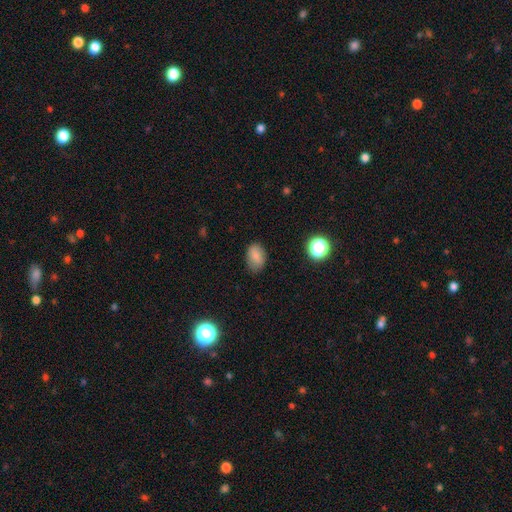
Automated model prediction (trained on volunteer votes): Smooth or featured? Predicted: smooth (p=0.83). How rounded? Predicted: in between (p=0.86). Merging? Predicted: none (p=0.79).